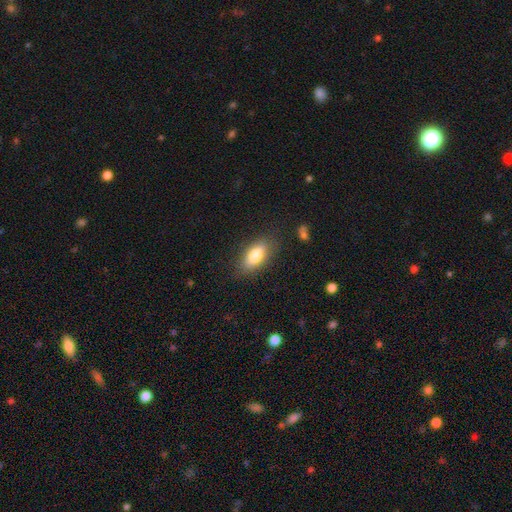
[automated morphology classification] A smooth galaxy with no disk features (77%) that is in between round and cigar-shaped (79%).

Vote fractions:
- Smooth or featured? smooth: 77% / featured or disk: 15% / star or artifact: 7%
- How rounded? in between: 79% / cigar-shaped: 18% / round: 3%
- Merging? none: 82% / minor disturbance: 13% / major disturbance: 4% / merger: 2%